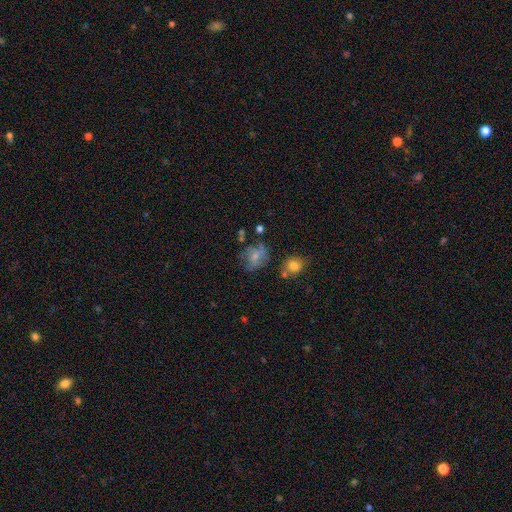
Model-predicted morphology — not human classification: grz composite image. It shows a smooth galaxy with no disk features (52%) that is round (53%). Merging: none (44%).